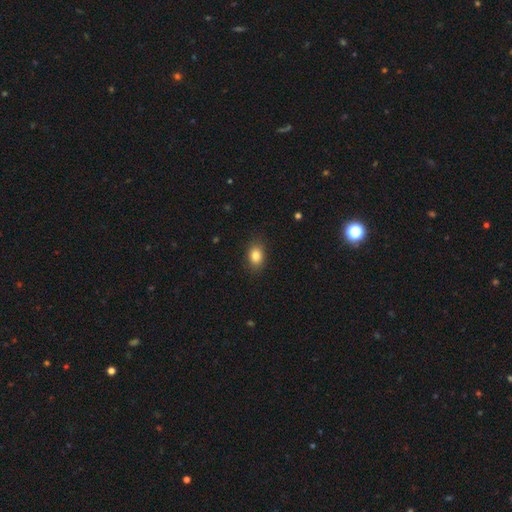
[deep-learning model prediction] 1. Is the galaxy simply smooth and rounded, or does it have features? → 84% smooth, 9% star or artifact, 7% featured or disk.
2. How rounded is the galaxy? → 76% in between, 22% round, 1% cigar-shaped.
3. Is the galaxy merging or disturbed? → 86% none, 11% minor disturbance, 3% major disturbance, 1% merger.